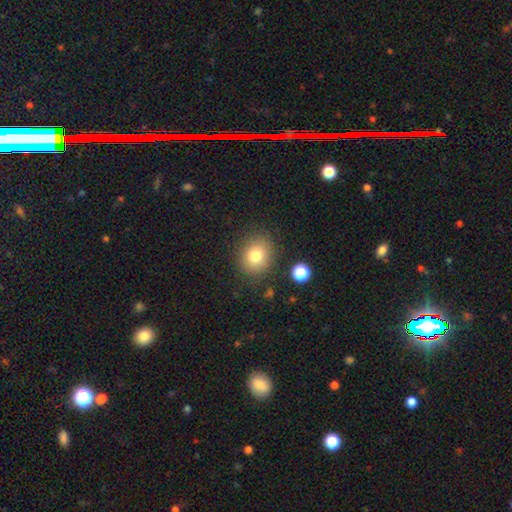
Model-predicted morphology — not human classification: Smooth or featured? smooth (79%)
How rounded? round (69%)
Merging? none (83%)